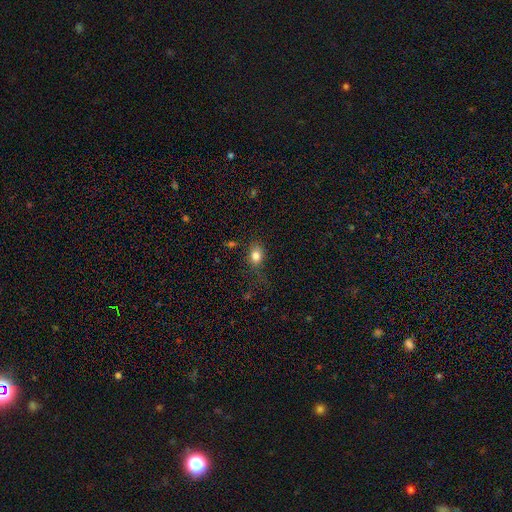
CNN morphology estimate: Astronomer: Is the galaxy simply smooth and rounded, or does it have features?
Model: smooth — 81%.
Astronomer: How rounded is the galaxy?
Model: in between — 62%.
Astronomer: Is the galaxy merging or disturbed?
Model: none — 70%.